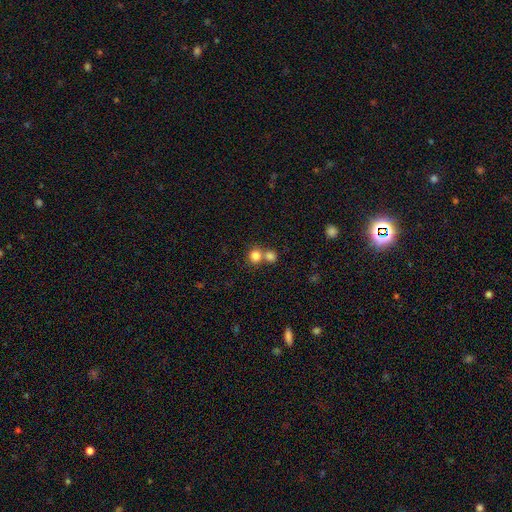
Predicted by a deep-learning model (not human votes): smooth 81%, star or artifact 11%, featured or disk 8%. Down the decision tree: how rounded — round (87%); merging — none (48%).